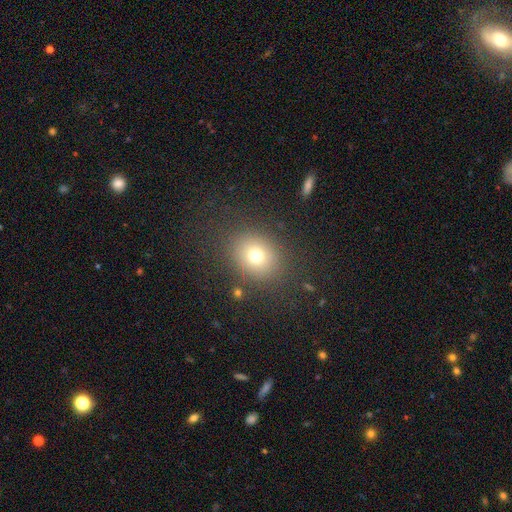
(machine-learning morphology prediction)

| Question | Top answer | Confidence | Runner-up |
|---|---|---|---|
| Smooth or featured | smooth | 74% | star or artifact (15%) |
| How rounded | round | 67% | in between (33%) |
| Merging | none | 84% | minor disturbance (9%) |